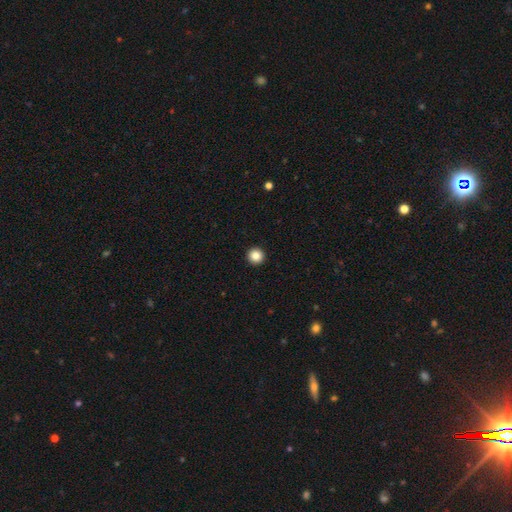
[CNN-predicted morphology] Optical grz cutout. It shows a smooth galaxy with no disk features (86%) that is round (96%). Merging: none (94%).